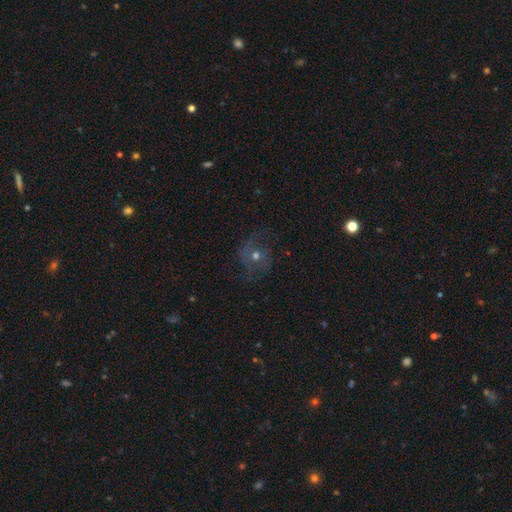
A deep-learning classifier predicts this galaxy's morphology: featured or disk 58%, smooth 26%, star or artifact 16%. Down the decision tree: edge-on disk — no (96%); bar — no (78%); spiral arms — yes (74%); bulge size — moderate (60%); merging — none (63%).